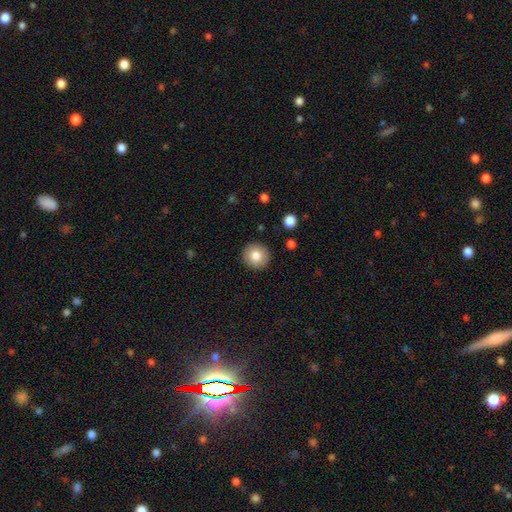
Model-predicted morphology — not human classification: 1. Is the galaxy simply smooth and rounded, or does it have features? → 83% smooth, 9% featured or disk, 8% star or artifact.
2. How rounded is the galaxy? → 93% round, 6% in between, 1% cigar-shaped.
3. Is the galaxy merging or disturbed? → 92% none, 5% minor disturbance, 2% major disturbance, 1% merger.